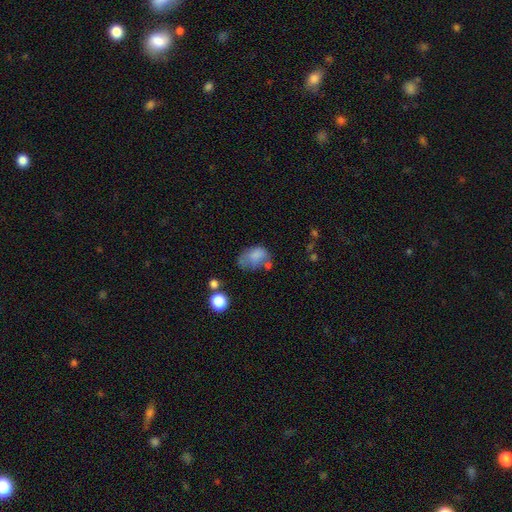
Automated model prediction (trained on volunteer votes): A smooth galaxy with no disk features (70%) that is in between round and cigar-shaped (82%). Merging: none (31%).